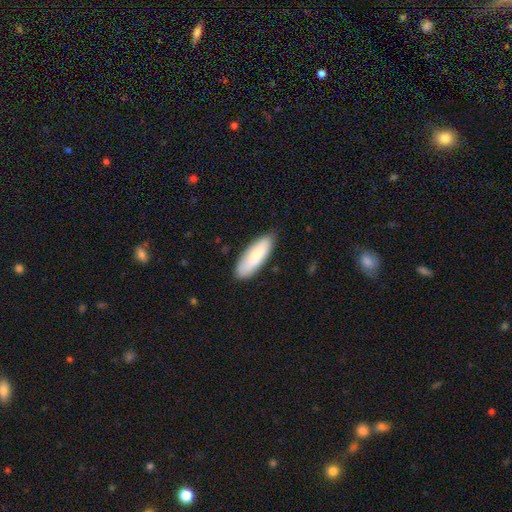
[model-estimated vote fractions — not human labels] smooth-or-featured: smooth: 79% | featured or disk: 16% | star or artifact: 5%
  how-rounded: in between: 59% | cigar-shaped: 39% | round: 2%
  merging: none: 83% | minor disturbance: 14% | major disturbance: 2% | merger: 1%